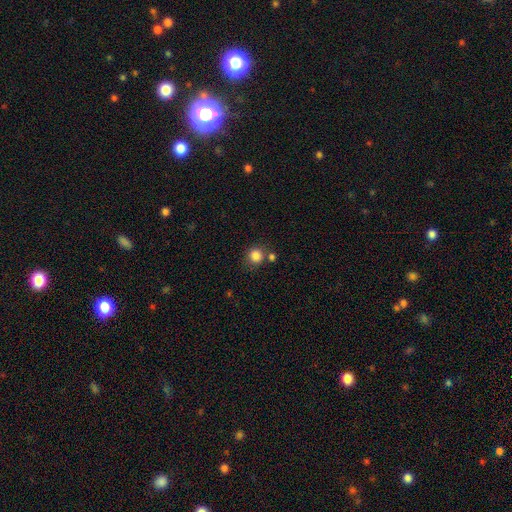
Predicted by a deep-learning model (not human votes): A smooth galaxy with no disk features (85%) that is round (87%).

Vote fractions:
- Smooth or featured? smooth: 85% / star or artifact: 11% / featured or disk: 5%
- How rounded? round: 87% / in between: 12% / cigar-shaped: 1%
- Merging? none: 69% / merger: 15% / minor disturbance: 12% / major disturbance: 4%